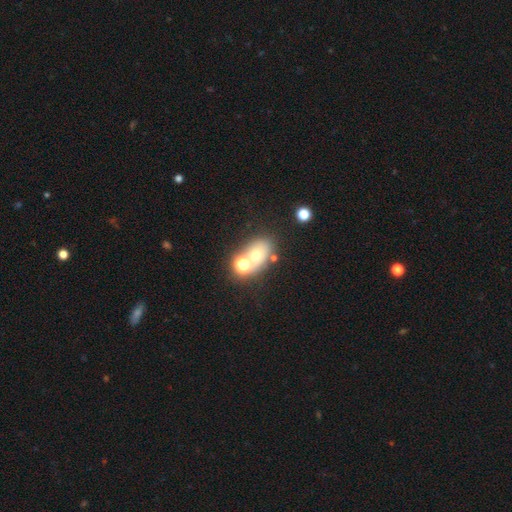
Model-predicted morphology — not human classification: Overall: smooth (57%; featured or disk 23%). How rounded: in between (58%; round 41%). Merging: none (50%; merger 33%).